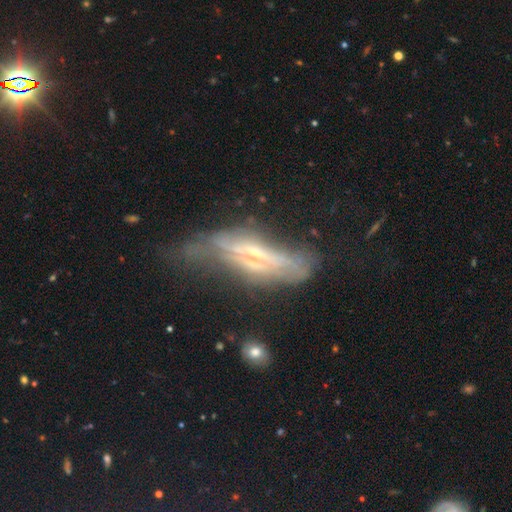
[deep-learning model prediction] Q: Smooth or featured?
A: featured or disk (71%); runner-up: smooth (19%)
Q: Edge-on disk?
A: yes (72%); runner-up: no (28%)
Q: Edge-on bulge?
A: rounded (42%); runner-up: none (35%)
Q: Merging?
A: none (39%); runner-up: major disturbance (29%)